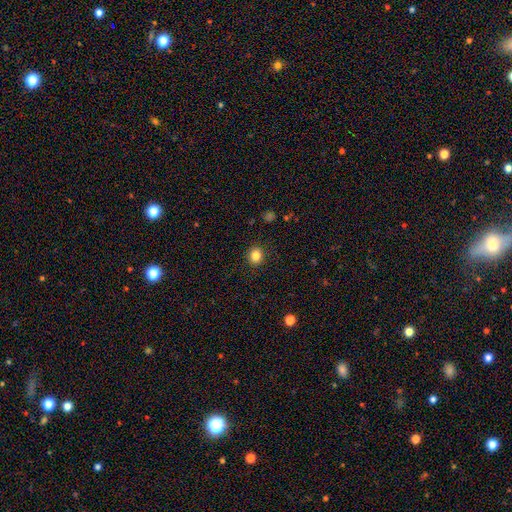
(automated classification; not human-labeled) Smooth or featured?
  - smooth: 84% *
  - star or artifact: 11%
  - featured or disk: 5%
How rounded?
  - round: 75% *
  - in between: 24%
  - cigar-shaped: 1%
Merging?
  - none: 90% *
  - minor disturbance: 7%
  - major disturbance: 2%
  - merger: 1%